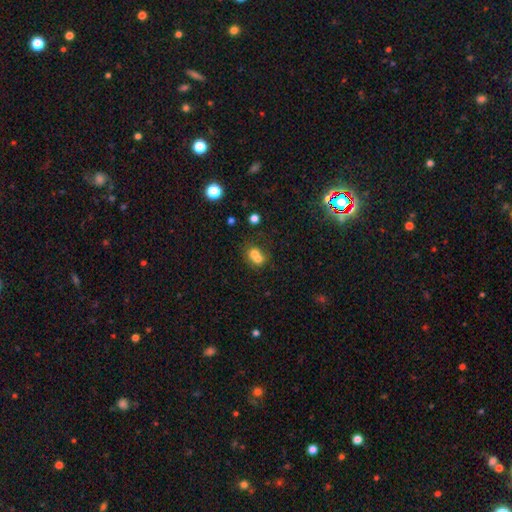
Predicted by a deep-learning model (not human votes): Smooth or featured? Predicted: smooth (p=0.68). How rounded? Predicted: round (p=0.66). Merging? Predicted: merger (p=0.66).